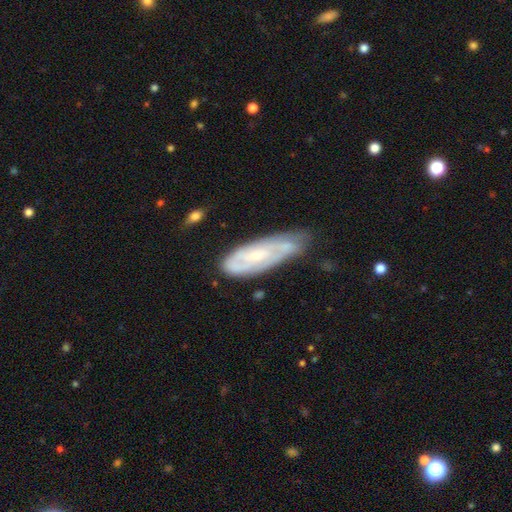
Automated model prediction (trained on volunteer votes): Smooth or featured: featured or disk — 66% (smooth — 27%)
Edge-on disk: no — 84% (yes — 16%)
Bar: no — 65% (weak — 29%)
Spiral arms: yes — 78% (no — 22%)
Bulge size: small — 66% (moderate — 26%)
Merging: none — 57% (minor disturbance — 31%)